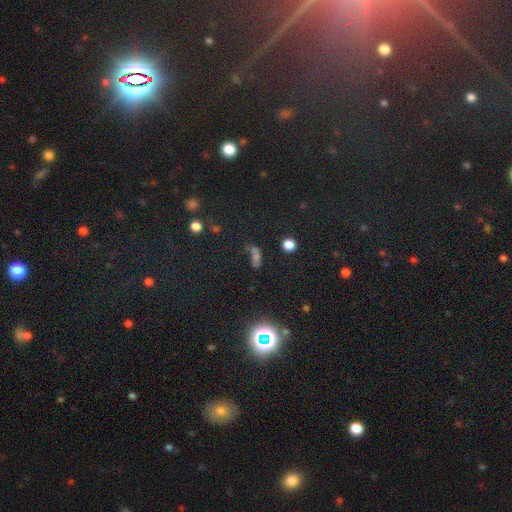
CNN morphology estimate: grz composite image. It shows a star or artifact, not a galaxy (54%).